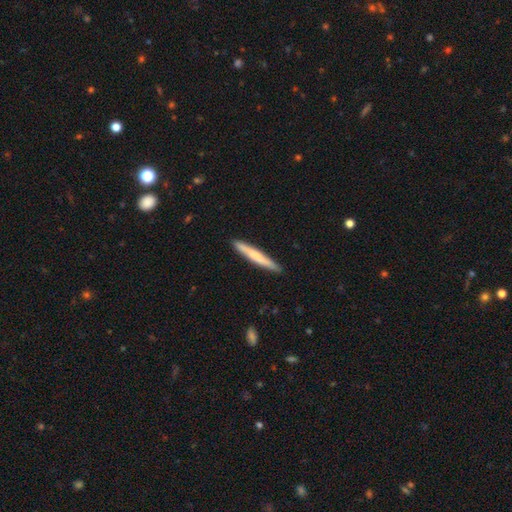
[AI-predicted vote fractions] smooth 59%, featured or disk 36%, star or artifact 5%. Down the decision tree: how rounded — cigar-shaped (96%); merging — none (90%).